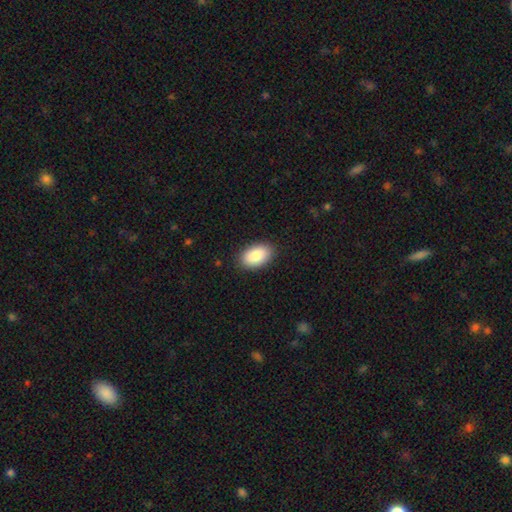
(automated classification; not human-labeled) smooth_or_featured: smooth (p=0.86) [alt: featured or disk p=0.07]
how_rounded: in between (p=0.93) [alt: round p=0.06]
merging: none (p=0.89) [alt: minor disturbance p=0.09]